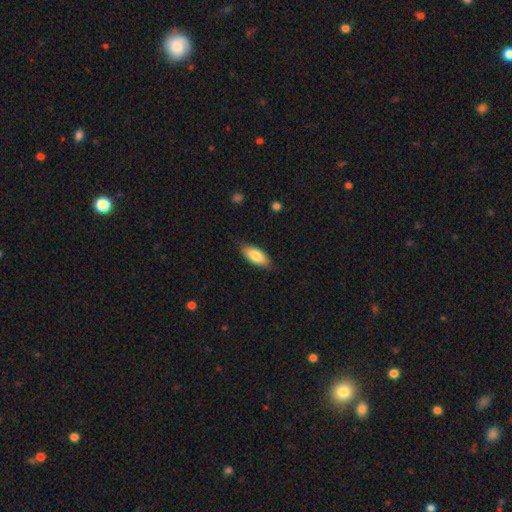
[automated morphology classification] A smooth galaxy with no disk features (80%) that is in between round and cigar-shaped (83%). Merging: none (82%).